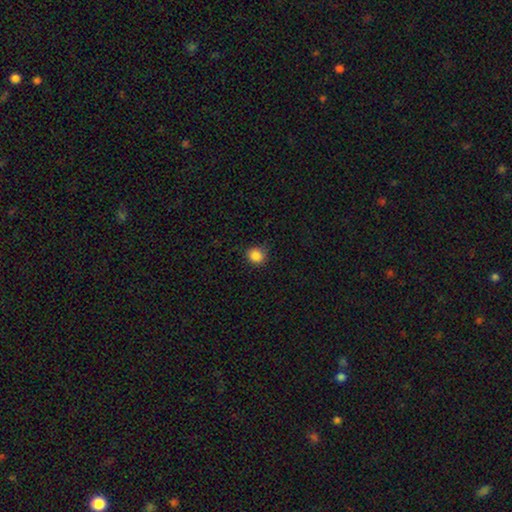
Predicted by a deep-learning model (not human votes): Smooth or featured?
  - smooth: 86% *
  - star or artifact: 11%
  - featured or disk: 4%
How rounded?
  - round: 83% *
  - in between: 16%
  - cigar-shaped: 1%
Merging?
  - none: 81% *
  - minor disturbance: 15%
  - major disturbance: 3%
  - merger: 1%